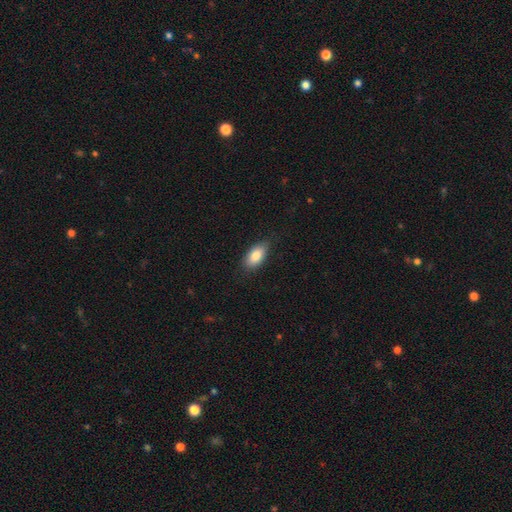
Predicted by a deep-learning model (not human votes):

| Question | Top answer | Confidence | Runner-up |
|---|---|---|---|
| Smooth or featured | smooth | 84% | featured or disk (9%) |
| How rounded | in between | 91% | cigar-shaped (5%) |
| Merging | none | 81% | minor disturbance (16%) |